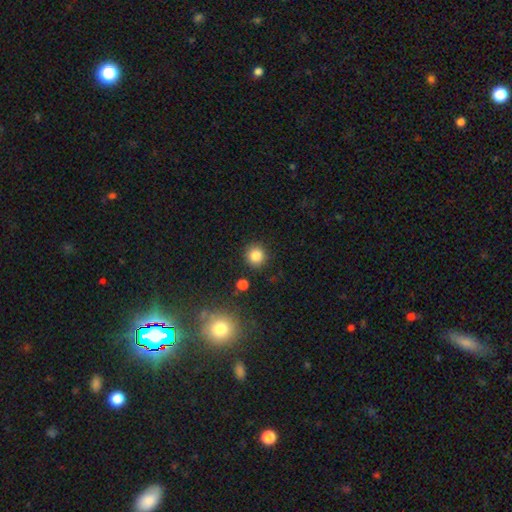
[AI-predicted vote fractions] Smooth or featured: smooth — 84% (star or artifact — 11%)
How rounded: round — 92% (in between — 7%)
Merging: none — 88% (minor disturbance — 7%)